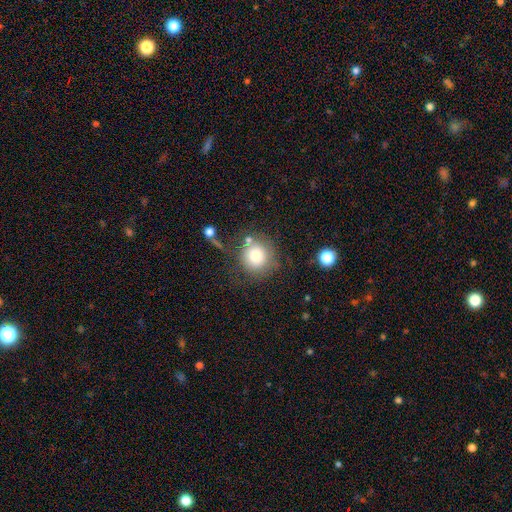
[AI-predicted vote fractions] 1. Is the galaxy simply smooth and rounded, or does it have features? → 78% smooth, 12% featured or disk, 10% star or artifact.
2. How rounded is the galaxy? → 90% round, 9% in between, 1% cigar-shaped.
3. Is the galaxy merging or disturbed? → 65% none, 16% minor disturbance, 10% merger, 9% major disturbance.